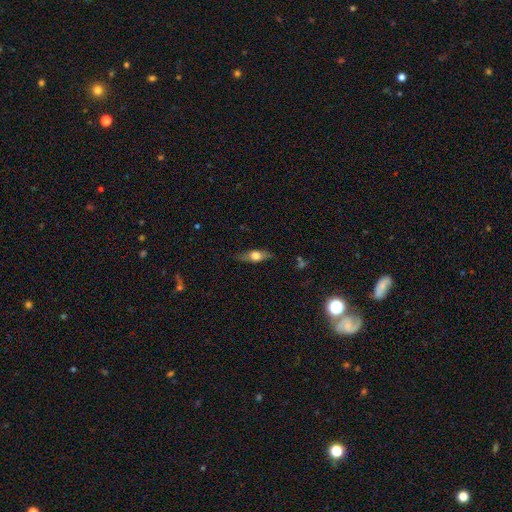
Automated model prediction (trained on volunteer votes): Morphology: type=smooth (53%); roundness=in between (60%); merging=none (79%).